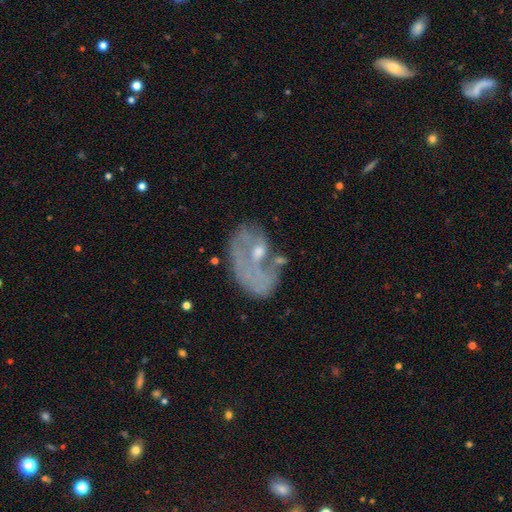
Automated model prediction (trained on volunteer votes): smooth_or_featured: featured or disk (p=0.62) [alt: smooth p=0.28]
disk_edge_on: no (p=0.97) [alt: yes p=0.03]
bar: no (p=0.78) [alt: weak p=0.18]
has_spiral_arms: no (p=0.61) [alt: yes p=0.39]
bulge_size: small (p=0.45) [alt: moderate p=0.34]
merging: major disturbance (p=0.35) [alt: none p=0.31]